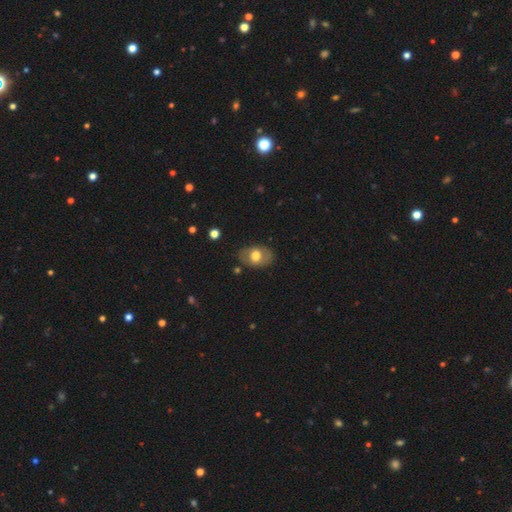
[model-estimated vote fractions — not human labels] smooth_or_featured: smooth (p=0.55) [alt: featured or disk p=0.38]
how_rounded: in between (p=0.79) [alt: round p=0.20]
merging: none (p=0.77) [alt: minor disturbance p=0.16]